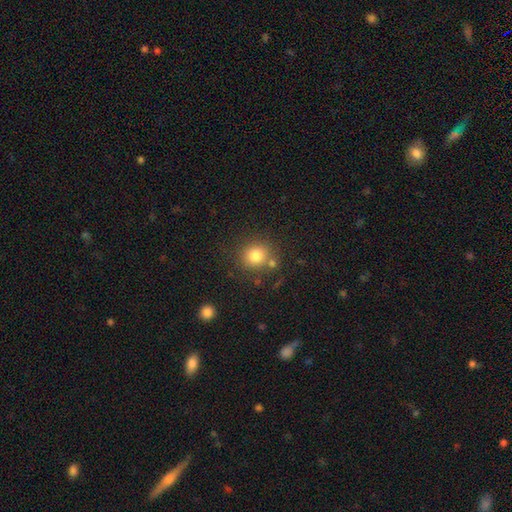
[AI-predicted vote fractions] A smooth galaxy with no disk features (80%) that is round (85%). Merging: none (75%).